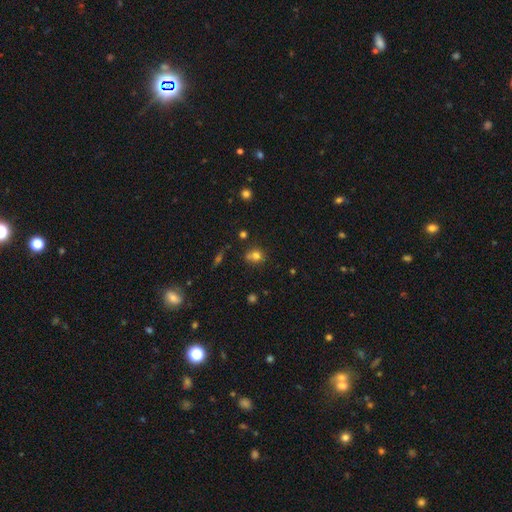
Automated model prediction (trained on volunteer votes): Smooth or featured? smooth (75%)
How rounded? round (71%)
Merging? none (56%)